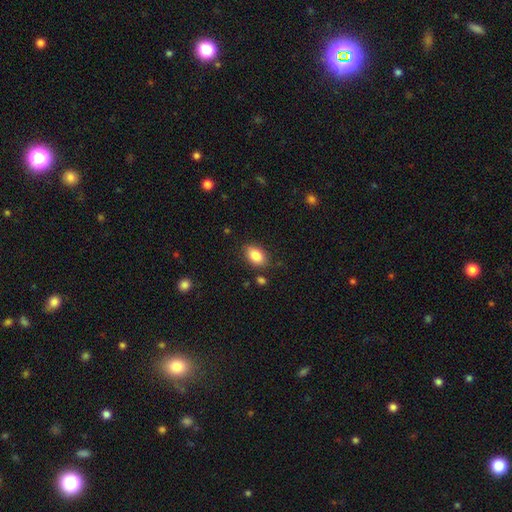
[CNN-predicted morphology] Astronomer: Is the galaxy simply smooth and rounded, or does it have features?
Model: smooth — 86%.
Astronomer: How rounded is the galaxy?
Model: in between — 89%.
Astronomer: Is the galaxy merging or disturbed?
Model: none — 82%.